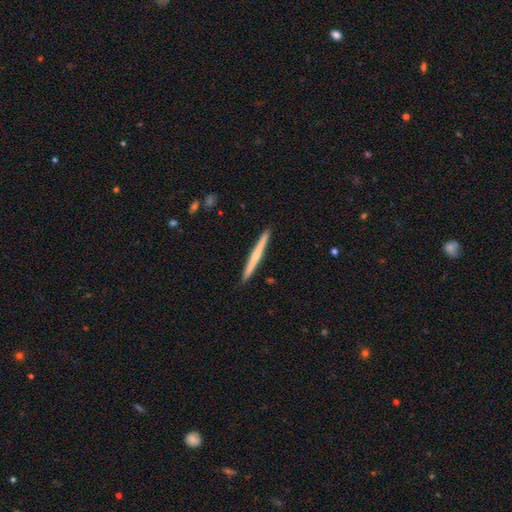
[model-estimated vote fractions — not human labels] A featured or disk galaxy (56%) viewed edge-on (98%) with a rounded central bulge (48%). Merging: none (93%).